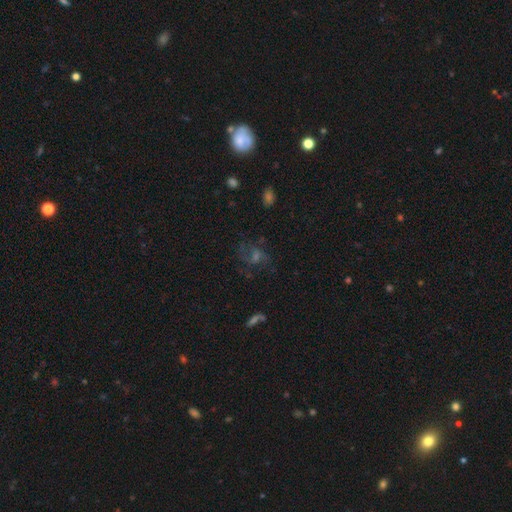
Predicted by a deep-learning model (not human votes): Morphology: type=featured or disk (46%); merging=none (65%).